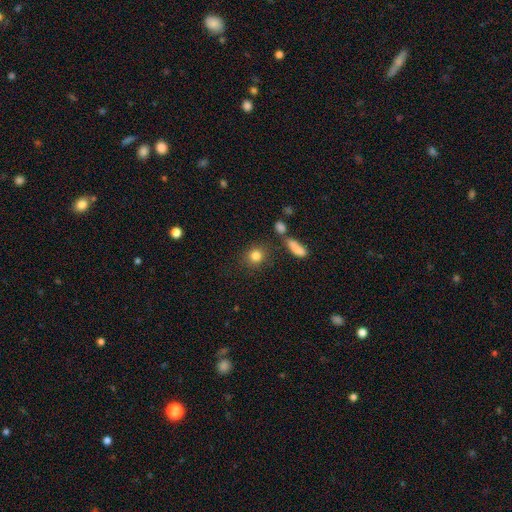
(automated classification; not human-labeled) This is clearly a smooth galaxy (82%). How rounded: clearly round (82%). Merging: likely none (79%).